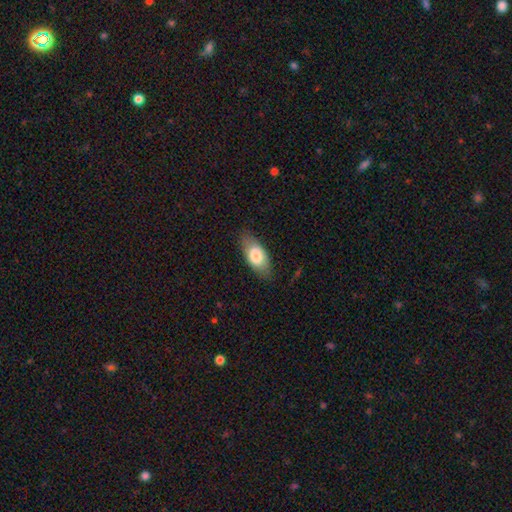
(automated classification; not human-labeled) smooth_or_featured: smooth (p=0.77) [alt: featured or disk p=0.18]
how_rounded: in between (p=0.90) [alt: cigar-shaped p=0.07]
merging: none (p=0.80) [alt: minor disturbance p=0.15]